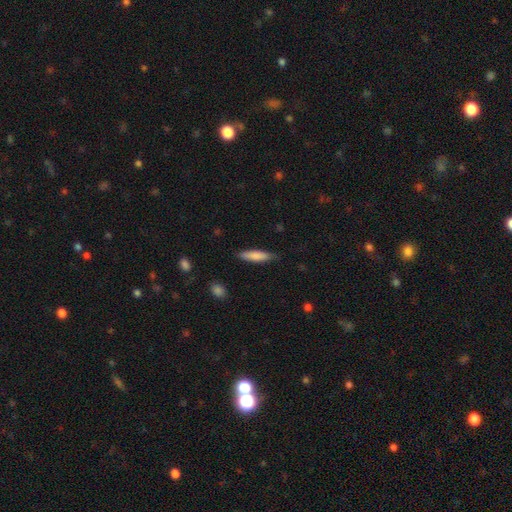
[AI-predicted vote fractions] The model was most divided on "how rounded": cigar-shaped: 74%, in between: 24%, round: 2%. More confident: merging — none (80%); smooth or featured — smooth (78%).